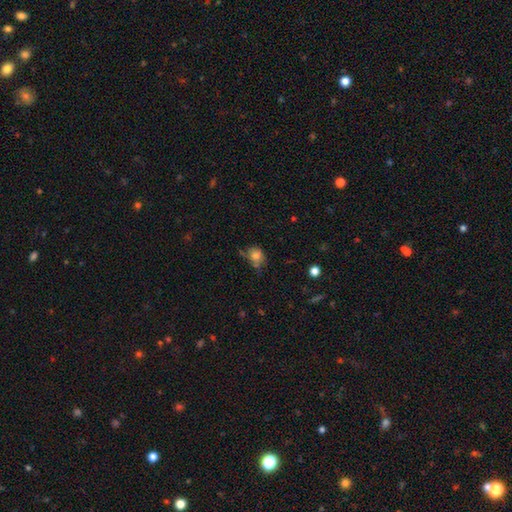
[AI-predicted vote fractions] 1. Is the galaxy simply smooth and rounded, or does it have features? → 75% smooth, 13% featured or disk, 12% star or artifact.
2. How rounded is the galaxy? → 57% round, 42% in between, 1% cigar-shaped.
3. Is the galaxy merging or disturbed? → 44% none, 32% minor disturbance, 14% major disturbance, 10% merger.